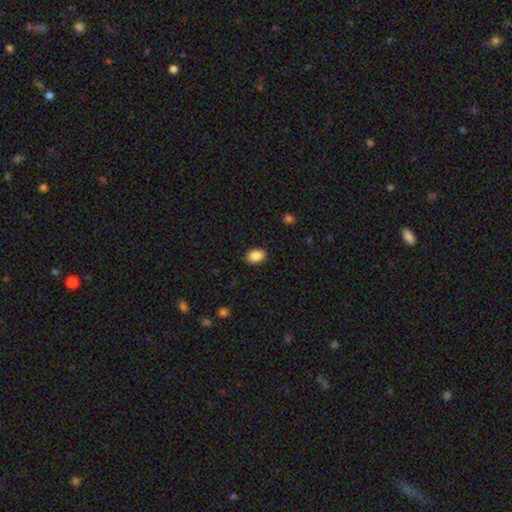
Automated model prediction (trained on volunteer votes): smooth_or_featured: smooth (p=0.88) [alt: star or artifact p=0.08]
how_rounded: in between (p=0.80) [alt: round p=0.19]
merging: none (p=0.89) [alt: minor disturbance p=0.08]